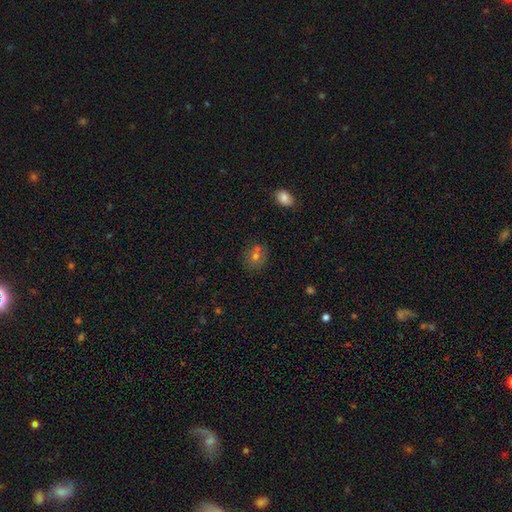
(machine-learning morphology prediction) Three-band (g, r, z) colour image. It shows a smooth galaxy with no disk features (61%) that is round (75%). Merging: none (71%).